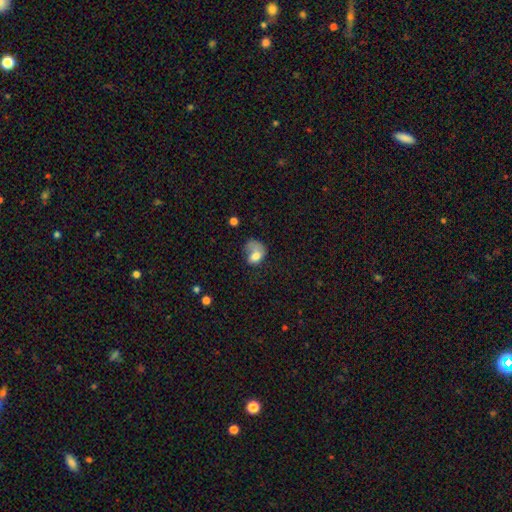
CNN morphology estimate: smooth_or_featured: smooth (p=0.65) [alt: featured or disk p=0.25]
how_rounded: in between (p=0.71) [alt: round p=0.28]
merging: major disturbance (p=0.49) [alt: minor disturbance p=0.22]